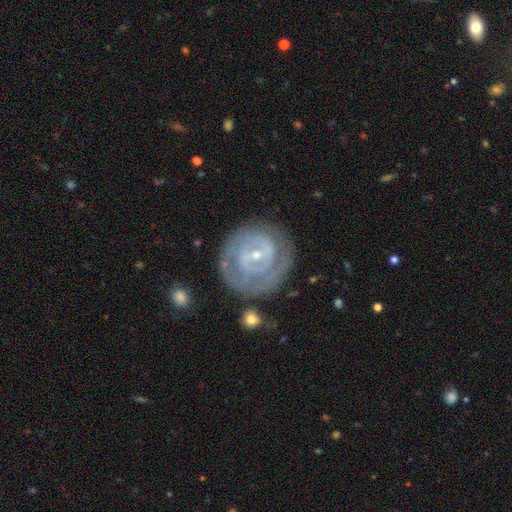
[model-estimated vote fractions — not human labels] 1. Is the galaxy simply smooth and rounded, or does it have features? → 83% featured or disk, 12% smooth, 5% star or artifact.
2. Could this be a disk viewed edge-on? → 97% no, 3% yes.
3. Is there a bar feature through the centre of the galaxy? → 46% weak, 29% no, 24% strong.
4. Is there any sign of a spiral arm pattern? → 88% yes, 12% no.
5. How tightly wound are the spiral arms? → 70% tight, 23% medium, 6% loose.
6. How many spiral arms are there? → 42% 2, 33% can't tell, 11% 3, 6% 1, 4% 4, 3% more than 4.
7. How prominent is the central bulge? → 78% small, 18% moderate, 2% none, 1% large, 1% dominant.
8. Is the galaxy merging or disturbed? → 72% none, 16% minor disturbance, 9% major disturbance, 3% merger.